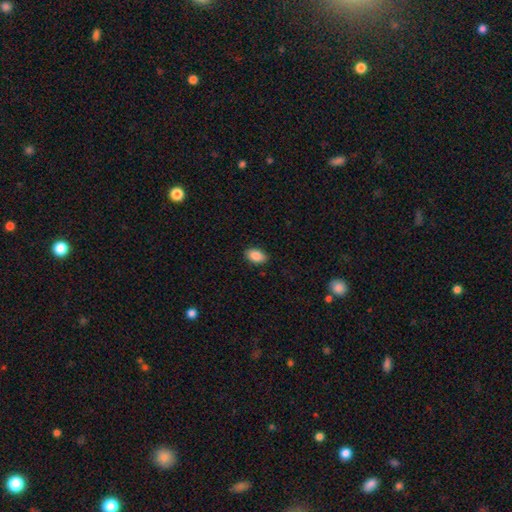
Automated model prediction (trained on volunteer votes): smooth-or-featured: smooth: 89% | star or artifact: 7% | featured or disk: 4%
  how-rounded: in between: 91% | round: 7% | cigar-shaped: 2%
  merging: none: 88% | minor disturbance: 9% | major disturbance: 2% | merger: 1%